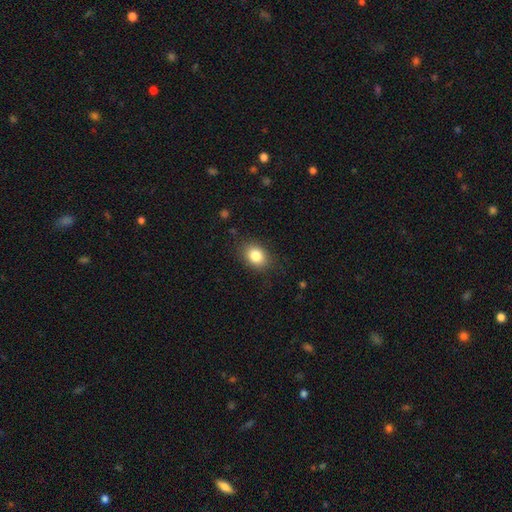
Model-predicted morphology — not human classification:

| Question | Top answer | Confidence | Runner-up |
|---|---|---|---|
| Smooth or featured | smooth | 84% | star or artifact (9%) |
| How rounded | in between | 68% | round (31%) |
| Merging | none | 85% | minor disturbance (11%) |